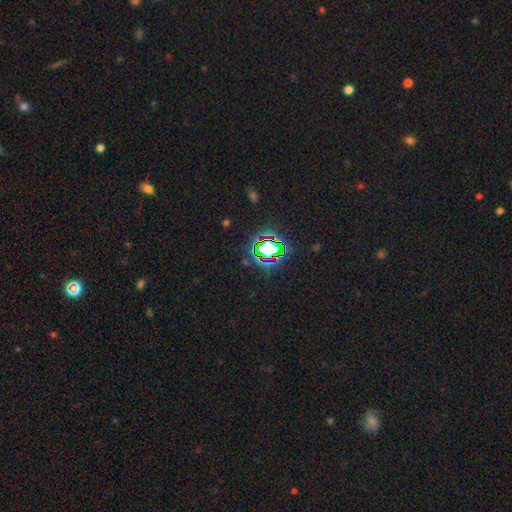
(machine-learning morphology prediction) This appears to be a star or artifact, not a galaxy (79%).